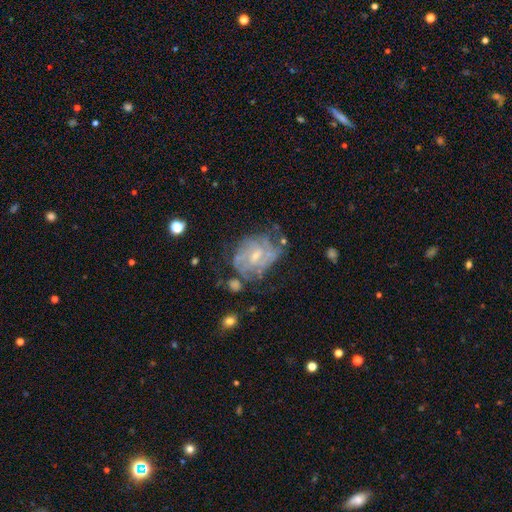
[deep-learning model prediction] Smooth or featured? featured or disk (72%)
Edge-on disk? no (97%)
Bar? no (50%)
Spiral arms? yes (71%)
Bulge size? small (53%)
Merging? none (51%)